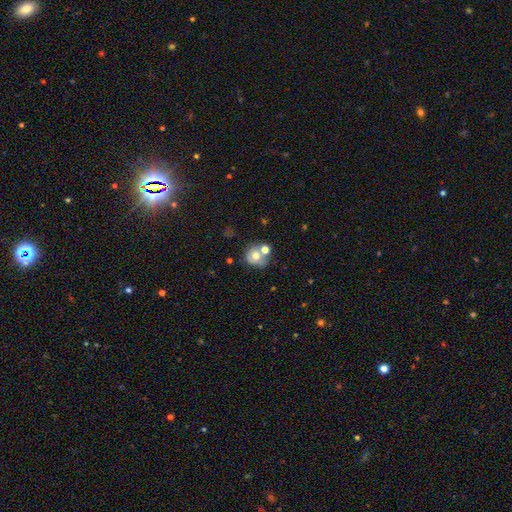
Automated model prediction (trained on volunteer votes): This is likely a smooth galaxy (66%). How rounded: likely round (77%). Merging: marginally none (41%).